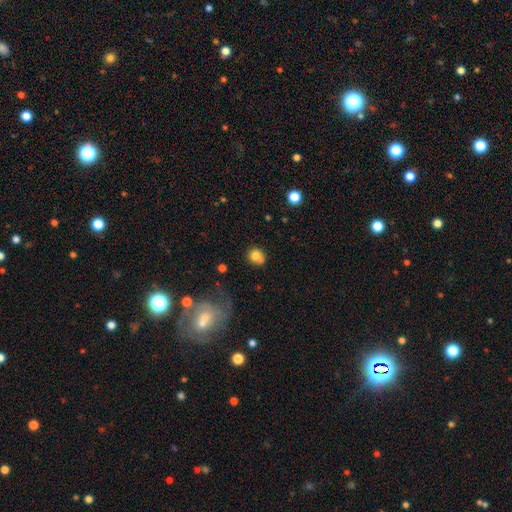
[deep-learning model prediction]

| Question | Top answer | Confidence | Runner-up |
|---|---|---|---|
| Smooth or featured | smooth | 77% | featured or disk (12%) |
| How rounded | round | 79% | in between (20%) |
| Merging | none | 57% | minor disturbance (18%) |